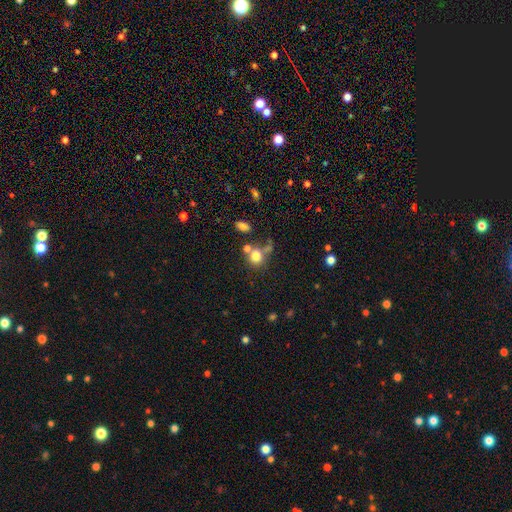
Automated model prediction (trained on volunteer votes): The model was most divided on "merging": none: 52%, merger: 26%, minor disturbance: 14%, major disturbance: 8%. More confident: smooth or featured — smooth (77%); how rounded — round (75%).